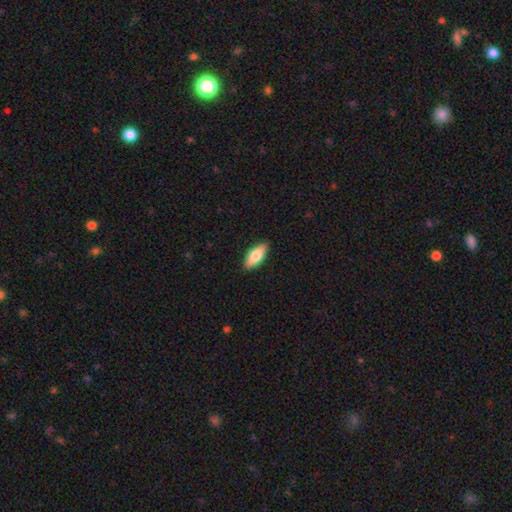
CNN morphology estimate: smooth-or-featured: smooth: 71% | featured or disk: 23% | star or artifact: 6%
  how-rounded: in between: 78% | cigar-shaped: 20% | round: 3%
  merging: none: 89% | minor disturbance: 9% | major disturbance: 2% | merger: 1%